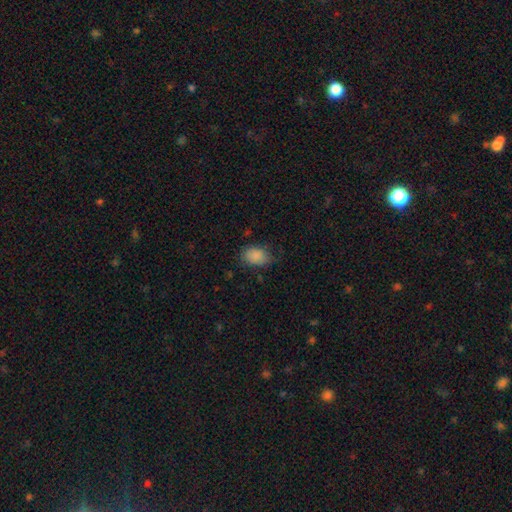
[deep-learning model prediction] This appears to be a smooth galaxy with no disk features (87%) that is in between round and cigar-shaped (81%). Merging: none (67%).